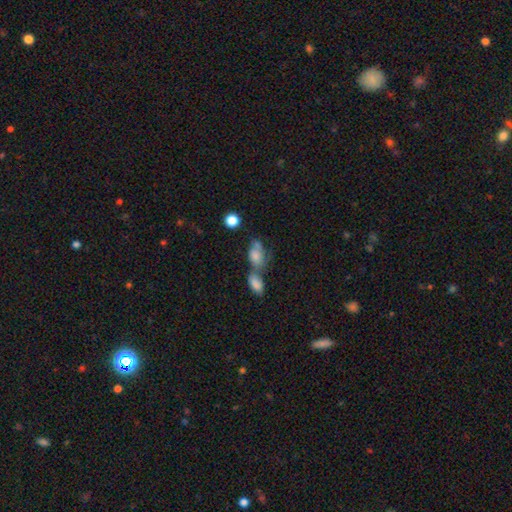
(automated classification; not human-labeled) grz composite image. It shows a smooth galaxy with no disk features (58%) that is in between round and cigar-shaped (74%). Merging: merger (49%).